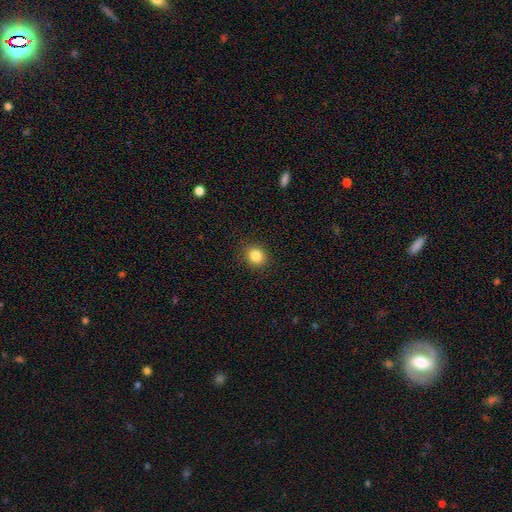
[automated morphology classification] smooth 84%, star or artifact 11%, featured or disk 5%. Down the decision tree: how rounded — round (73%); merging — none (89%).